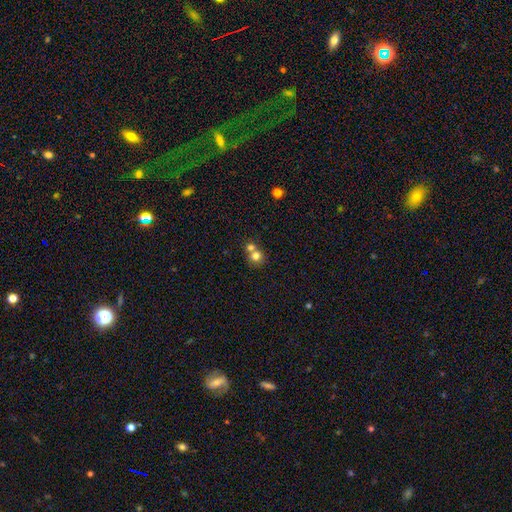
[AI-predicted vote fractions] A smooth galaxy with no disk features (76%) that is round (85%). Merging: merger (50%).